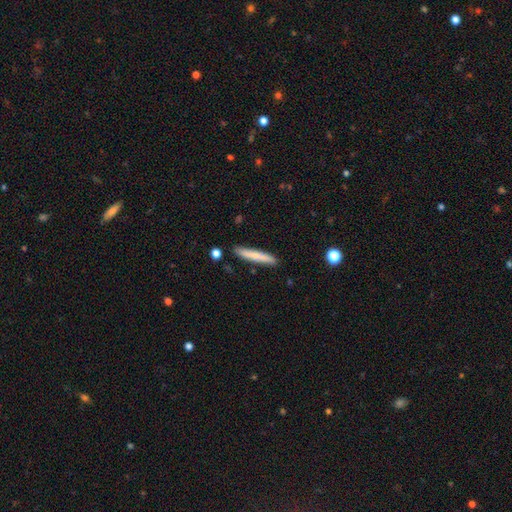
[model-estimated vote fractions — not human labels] Smooth or featured?
  - smooth: 71% *
  - featured or disk: 23%
  - star or artifact: 6%
How rounded?
  - cigar-shaped: 94% *
  - in between: 4%
  - round: 1%
Merging?
  - none: 88% *
  - minor disturbance: 8%
  - merger: 2%
  - major disturbance: 2%